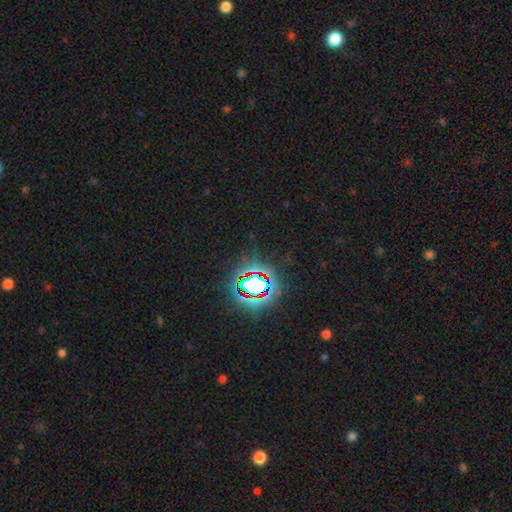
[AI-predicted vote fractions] A star or artifact, not a galaxy (84%).